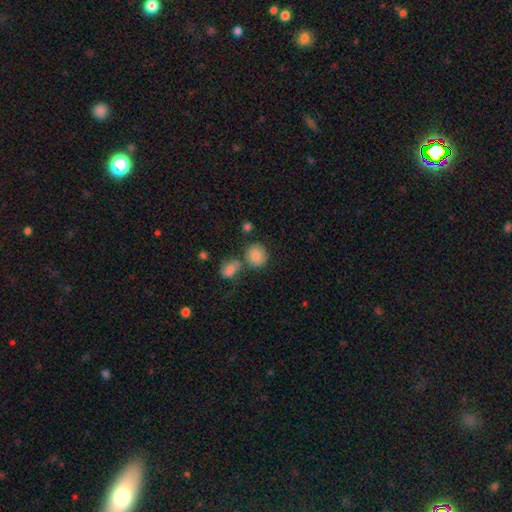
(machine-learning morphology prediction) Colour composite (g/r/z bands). It shows a smooth galaxy with no disk features (80%) that is round (82%). Merging: none (60%).